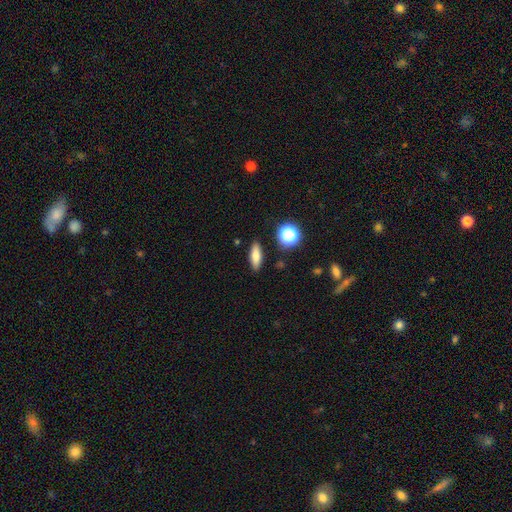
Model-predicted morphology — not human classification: Overall: smooth (78%). How rounded: in between (56%; cigar-shaped 36%). Merging: none (88%).